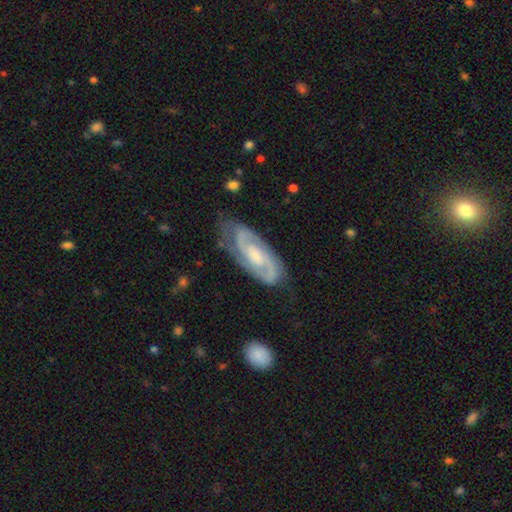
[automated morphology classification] The model was most divided on "spiral winding": medium: 47%, tight: 43%, loose: 10%. Remaining: spiral arms — yes (97%); edge-on disk — no (95%); spiral arm count — 2 (88%); smooth or featured — featured or disk (87%); merging — none (75%); bar — no (47%); bulge size — moderate (42%).